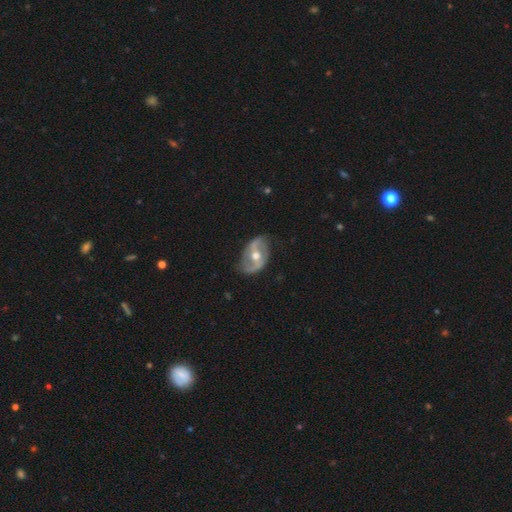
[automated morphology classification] Smooth or featured? featured or disk (78%)
Edge-on disk? no (95%)
Bar? no (39%)
Spiral arms? yes (76%)
Spiral winding? medium (42%)
Spiral arm count? 2 (85%)
Bulge size? moderate (78%)
Merging? none (71%)